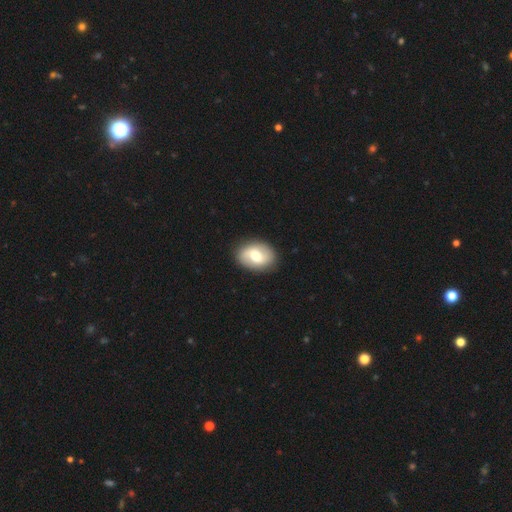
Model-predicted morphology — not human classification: Q: Smooth or featured?
A: smooth (47%); tied with: featured or disk (47%)
Q: Merging?
A: none (88%); runner-up: minor disturbance (8%)